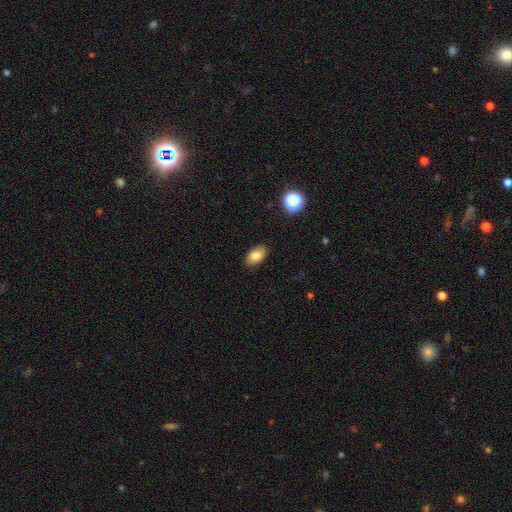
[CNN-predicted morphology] smooth-or-featured: smooth: 83% | star or artifact: 9% | featured or disk: 8%
  how-rounded: in between: 92% | round: 7% | cigar-shaped: 2%
  merging: none: 87% | minor disturbance: 10% | major disturbance: 2% | merger: 1%